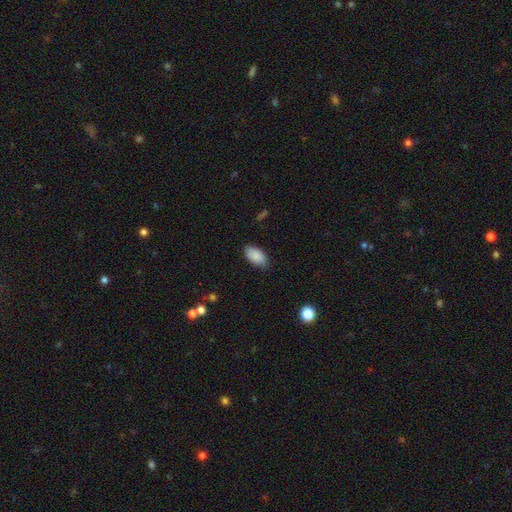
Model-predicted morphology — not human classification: A smooth galaxy with no disk features (88%) that is in between round and cigar-shaped (94%).

Vote fractions:
- Smooth or featured? smooth: 88% / star or artifact: 7% / featured or disk: 6%
- How rounded? in between: 94% / round: 3% / cigar-shaped: 2%
- Merging? none: 81% / minor disturbance: 16% / major disturbance: 3% / merger: 1%